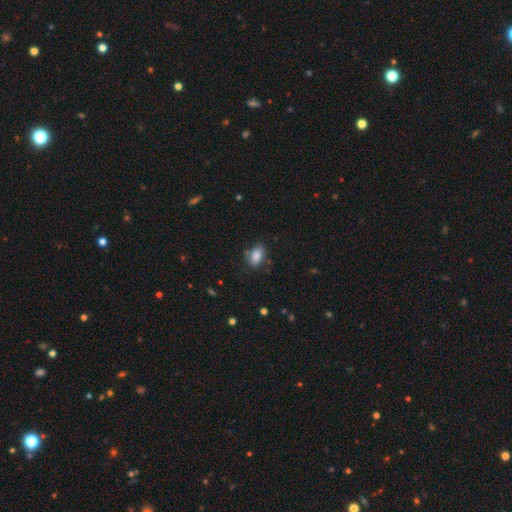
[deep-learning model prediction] A smooth galaxy with no disk features (85%) that is in between round and cigar-shaped (88%). Merging: none (73%).